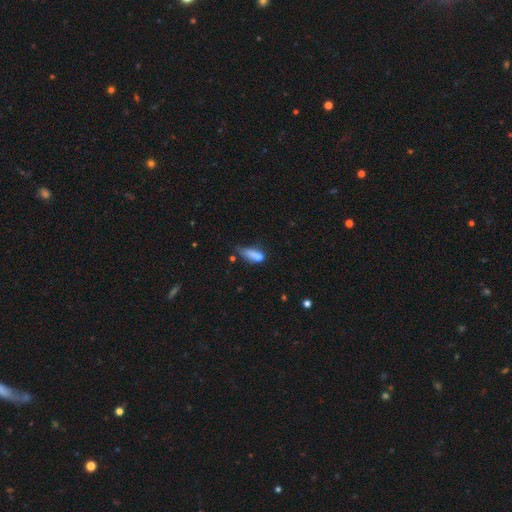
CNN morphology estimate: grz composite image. It shows a smooth galaxy with no disk features (74%) that is in between round and cigar-shaped (67%). Merging: minor disturbance (38%).